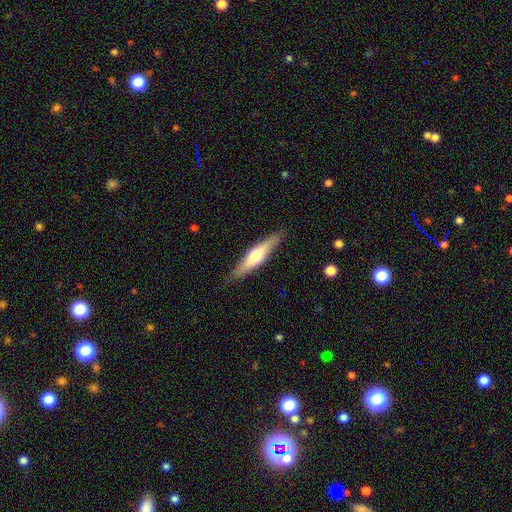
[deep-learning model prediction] Smooth or featured? Predicted: featured or disk (p=0.52). Edge-on disk? Predicted: yes (p=0.92). Merging? Predicted: none (p=0.87).